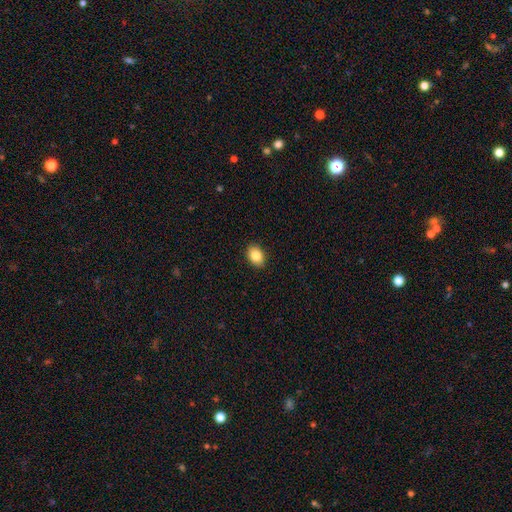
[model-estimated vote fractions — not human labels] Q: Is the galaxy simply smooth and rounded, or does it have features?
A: smooth — 86%.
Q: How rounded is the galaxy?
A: in between — 81%.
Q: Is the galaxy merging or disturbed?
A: none — 90%.